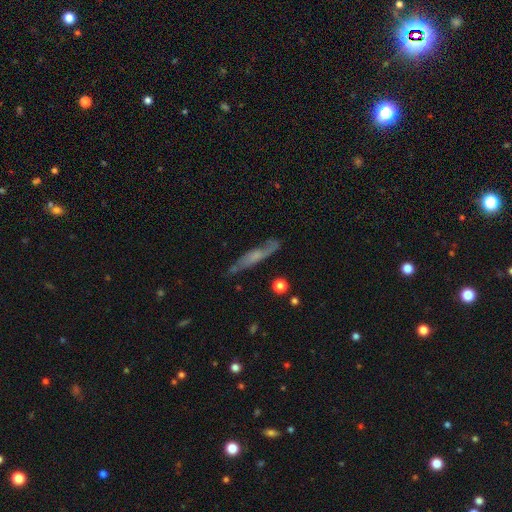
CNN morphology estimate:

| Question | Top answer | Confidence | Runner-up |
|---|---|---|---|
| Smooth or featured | featured or disk | 58% | smooth (35%) |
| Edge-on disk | yes | 58% | no (42%) |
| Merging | none | 71% | minor disturbance (20%) |